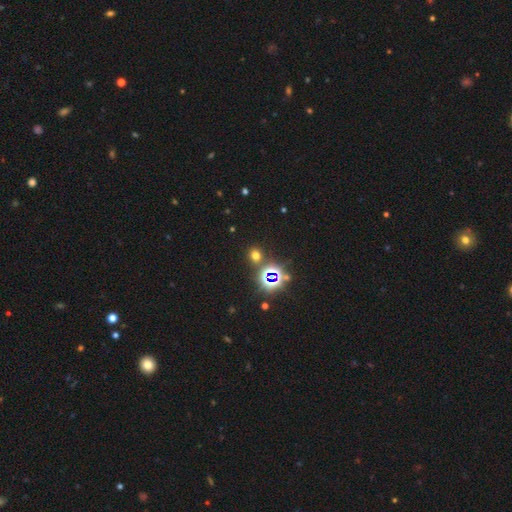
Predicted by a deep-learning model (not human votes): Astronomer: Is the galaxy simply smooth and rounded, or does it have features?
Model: smooth — 54% (runner-up: star or artifact, 39%).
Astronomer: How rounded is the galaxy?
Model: round — 82%.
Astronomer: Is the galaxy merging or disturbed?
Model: none — 83%.